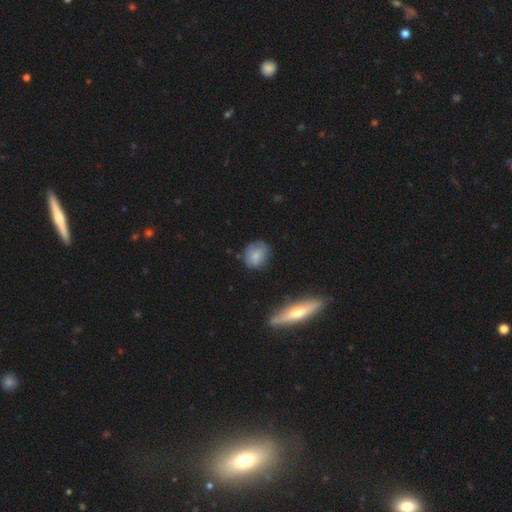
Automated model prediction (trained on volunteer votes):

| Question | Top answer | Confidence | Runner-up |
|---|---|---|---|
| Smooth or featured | smooth | 75% | featured or disk (17%) |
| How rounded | round | 62% | in between (36%) |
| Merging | none | 68% | minor disturbance (24%) |